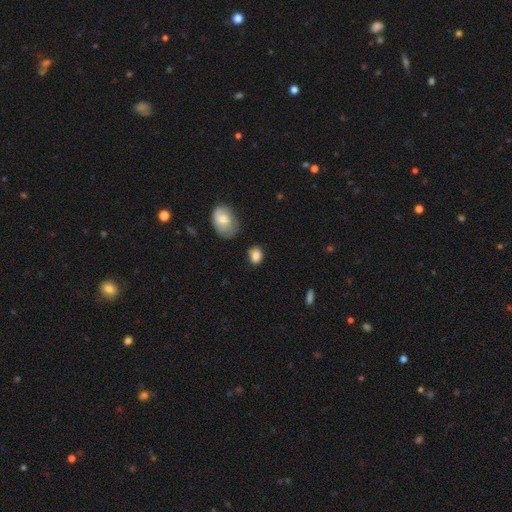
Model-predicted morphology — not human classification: The model was most divided on "how rounded": in between: 63%, round: 35%, cigar-shaped: 1%. More confident: smooth or featured — smooth (84%); merging — none (70%).